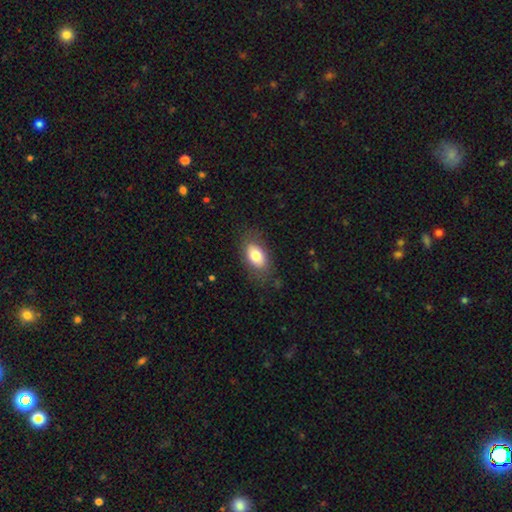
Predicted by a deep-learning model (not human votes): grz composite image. It shows a smooth galaxy with no disk features (77%) that is in between round and cigar-shaped (91%). Merging: none (78%).